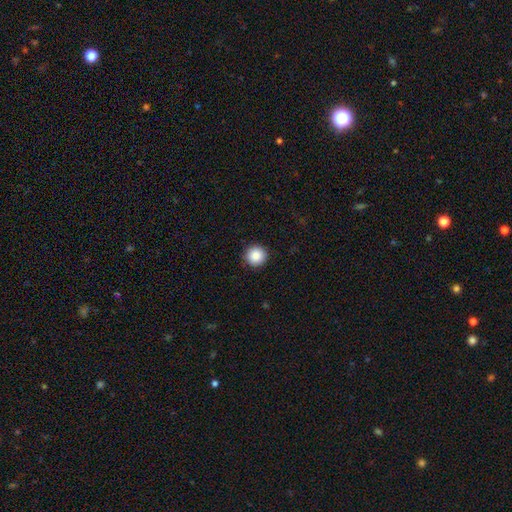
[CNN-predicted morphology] A smooth galaxy with no disk features (88%) that is round (95%). Merging: none (92%).